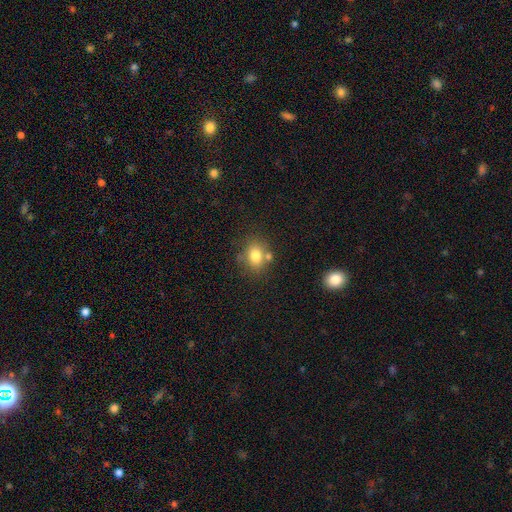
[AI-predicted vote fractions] Smooth or featured? smooth (77%)
How rounded? round (51%)
Merging? none (64%)